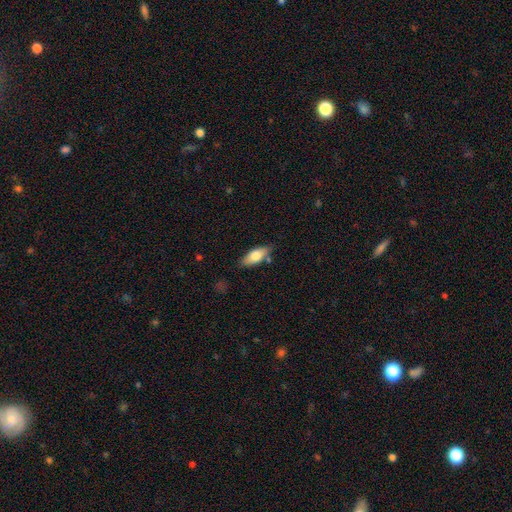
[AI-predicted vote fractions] smooth 69%, featured or disk 24%, star or artifact 6%. Down the decision tree: how rounded — in between (78%); merging — none (77%).